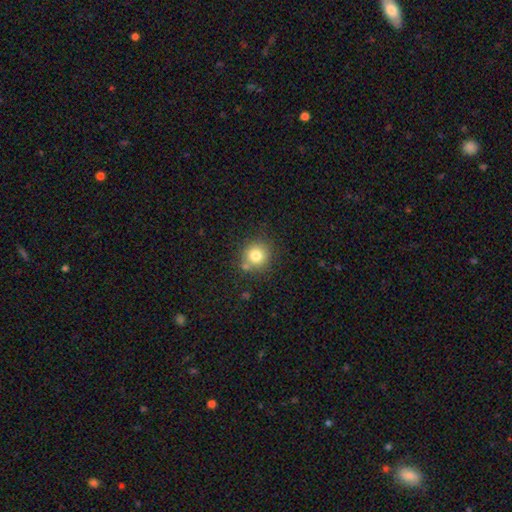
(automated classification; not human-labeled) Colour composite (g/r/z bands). It shows a smooth galaxy with no disk features (79%) that is round (92%). Merging: none (75%).